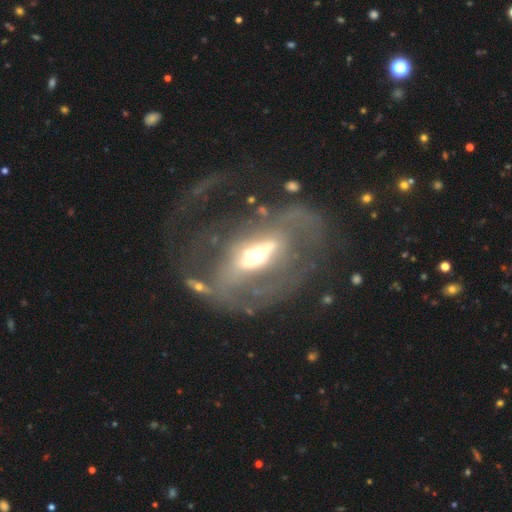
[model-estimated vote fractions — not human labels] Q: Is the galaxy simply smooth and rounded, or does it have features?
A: featured or disk — 78%.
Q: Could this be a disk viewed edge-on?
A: no — 84%.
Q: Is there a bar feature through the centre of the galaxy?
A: strong — 52%.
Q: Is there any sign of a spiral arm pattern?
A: yes — 52%.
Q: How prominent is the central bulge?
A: moderate — 59%.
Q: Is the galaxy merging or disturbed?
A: major disturbance — 45%.